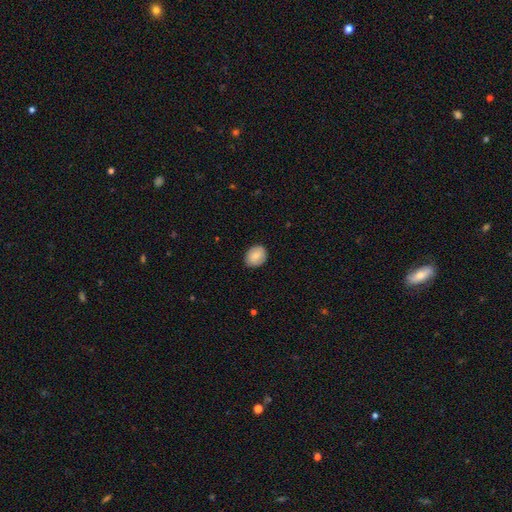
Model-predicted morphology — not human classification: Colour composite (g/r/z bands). It shows a smooth galaxy with no disk features (78%) that is round (51%). Merging: none (85%).